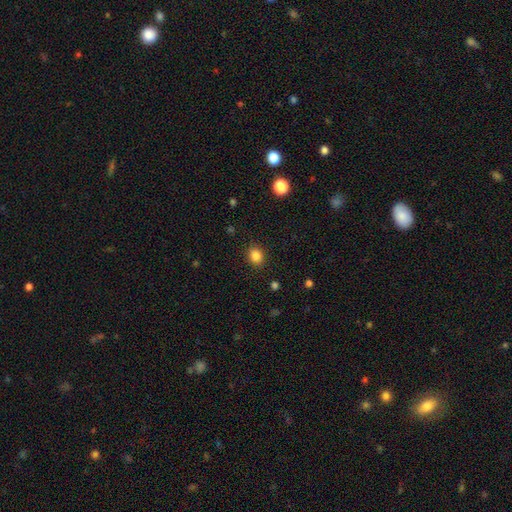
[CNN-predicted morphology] type=smooth (86%); roundness=round (59%); merging=none (88%).